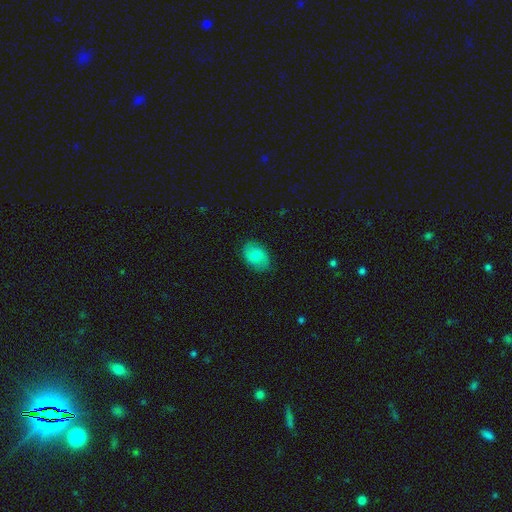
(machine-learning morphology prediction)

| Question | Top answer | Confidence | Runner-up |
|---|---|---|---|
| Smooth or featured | smooth | 68% | featured or disk (25%) |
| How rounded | in between | 81% | round (18%) |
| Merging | none | 81% | minor disturbance (14%) |